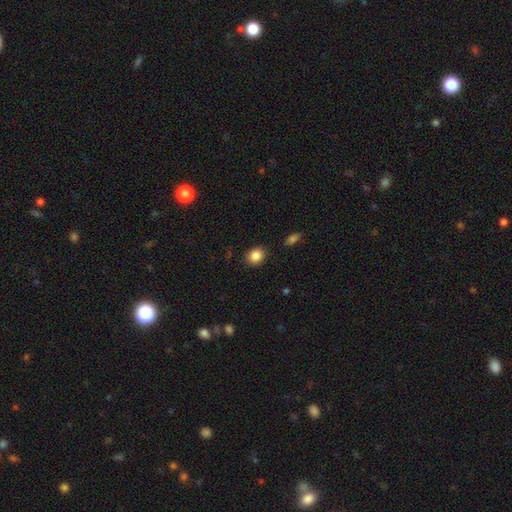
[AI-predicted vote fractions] Smooth or featured? smooth (86%)
How rounded? round (66%)
Merging? none (85%)